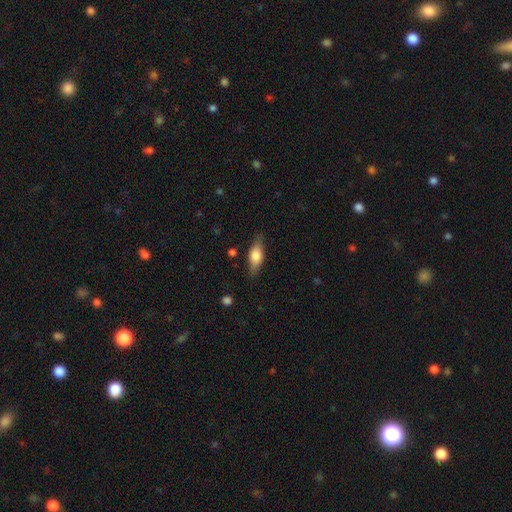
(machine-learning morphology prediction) This is likely a smooth galaxy (67%). How rounded: likely in between (71%). Merging: clearly none (80%).